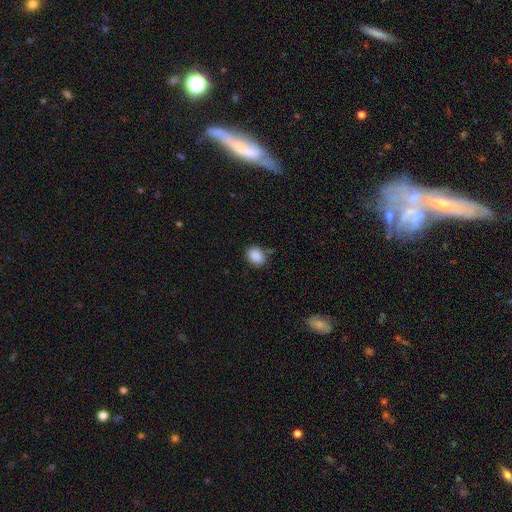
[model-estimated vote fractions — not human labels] smooth_or_featured: smooth (p=0.88) [alt: star or artifact p=0.09]
how_rounded: in between (p=0.61) [alt: round p=0.38]
merging: none (p=0.75) [alt: minor disturbance p=0.17]